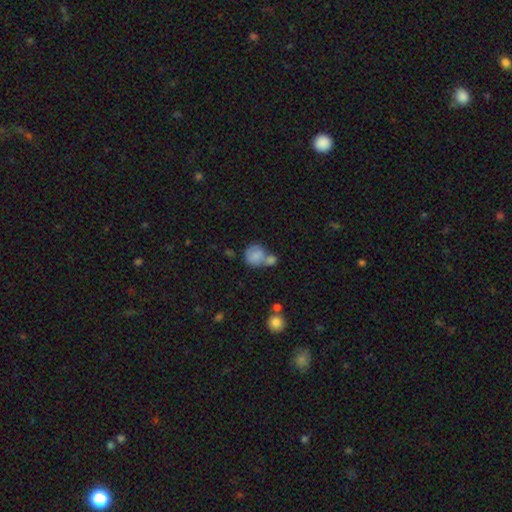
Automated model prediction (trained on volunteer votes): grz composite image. It shows a smooth galaxy with no disk features (81%) that is round (76%). Merging: merger (47%).